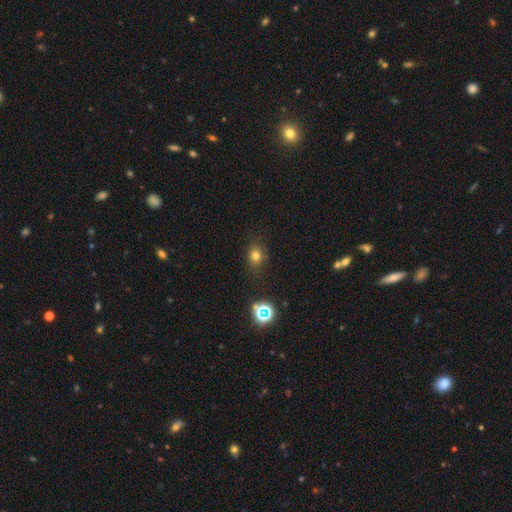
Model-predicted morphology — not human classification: Overall: smooth (73%). How rounded: round (52%; in between 47%). Merging: none (81%).